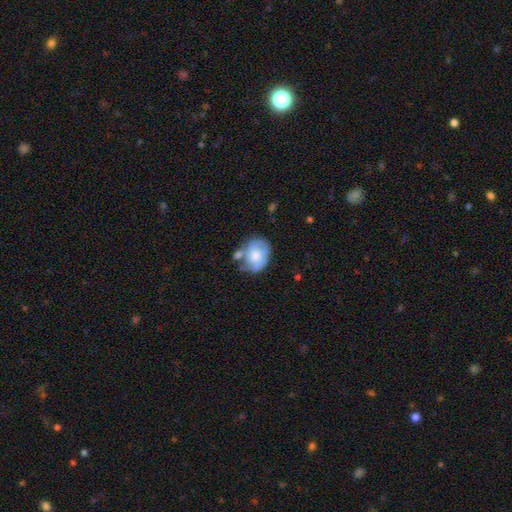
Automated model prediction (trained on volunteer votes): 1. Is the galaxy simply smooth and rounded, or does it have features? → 51% smooth, 42% featured or disk, 7% star or artifact.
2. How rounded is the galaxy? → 52% in between, 47% round, 1% cigar-shaped.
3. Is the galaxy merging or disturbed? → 46% none, 27% minor disturbance, 16% merger, 11% major disturbance.